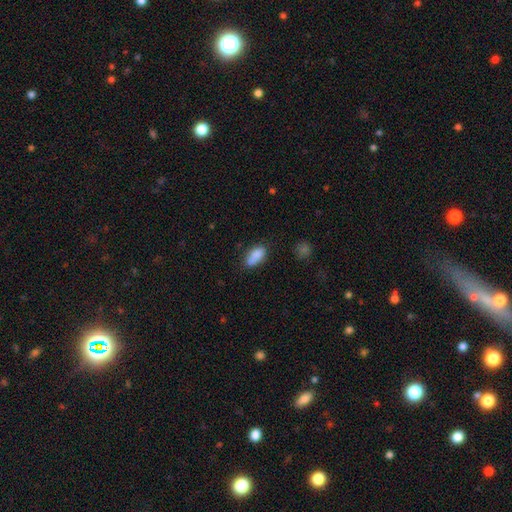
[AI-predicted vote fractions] Q: Smooth or featured?
A: smooth (83%); runner-up: featured or disk (9%)
Q: How rounded?
A: in between (86%); runner-up: cigar-shaped (10%)
Q: Merging?
A: none (57%); runner-up: minor disturbance (26%)